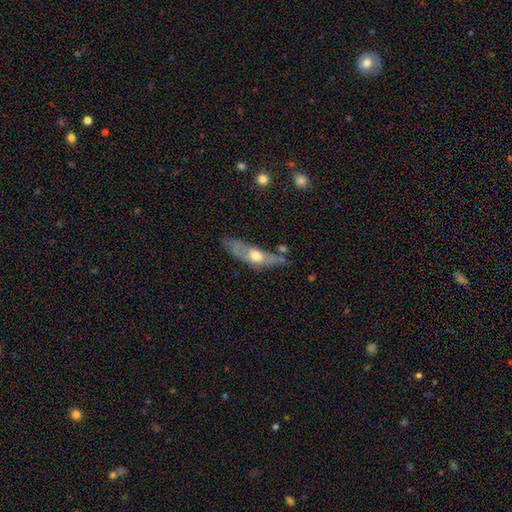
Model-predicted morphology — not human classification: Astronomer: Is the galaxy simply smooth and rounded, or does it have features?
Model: featured or disk — 50% (runner-up: smooth, 44%).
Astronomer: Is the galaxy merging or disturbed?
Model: none — 45% (runner-up: minor disturbance, 27%).